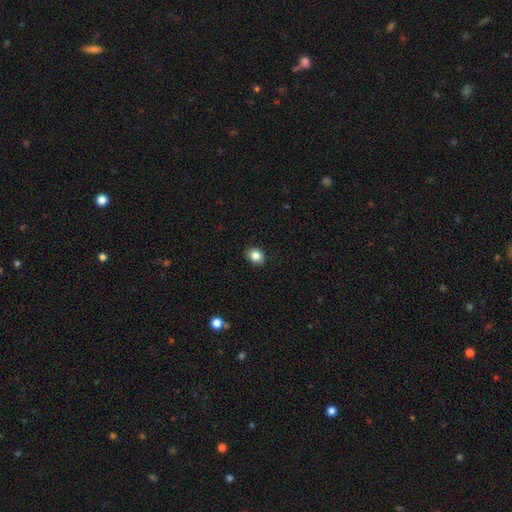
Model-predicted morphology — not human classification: type=smooth (85%); roundness=round (51%); merging=none (90%).